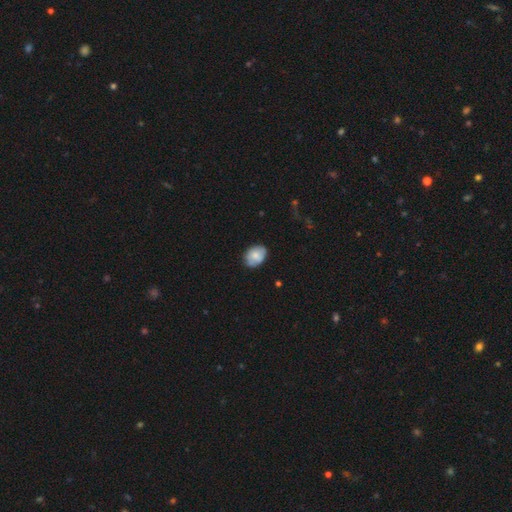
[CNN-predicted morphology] Smooth or featured?
  - smooth: 74% *
  - featured or disk: 19%
  - star or artifact: 7%
How rounded?
  - in between: 71% *
  - round: 28%
  - cigar-shaped: 1%
Merging?
  - none: 75% *
  - minor disturbance: 20%
  - major disturbance: 4%
  - merger: 1%